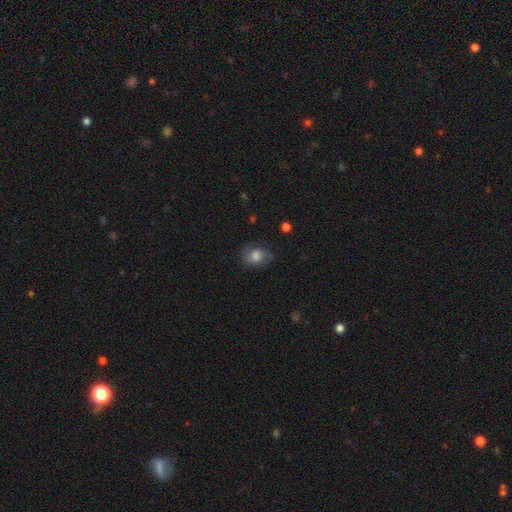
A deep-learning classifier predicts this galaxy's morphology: smooth-or-featured: smooth: 66% | featured or disk: 25% | star or artifact: 10%
  how-rounded: in between: 62% | round: 37% | cigar-shaped: 1%
  merging: none: 68% | minor disturbance: 23% | major disturbance: 8% | merger: 1%